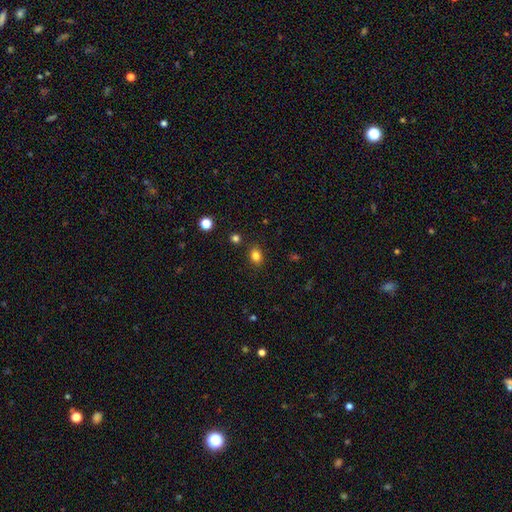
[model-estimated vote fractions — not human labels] Smooth or featured? Predicted: smooth (p=0.82). How rounded? Predicted: in between (p=0.65). Merging? Predicted: none (p=0.85).